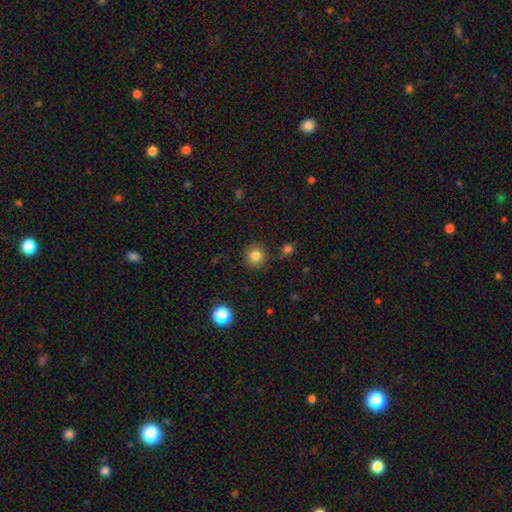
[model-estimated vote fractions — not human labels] Smooth or featured? smooth (83%)
How rounded? round (91%)
Merging? none (86%)